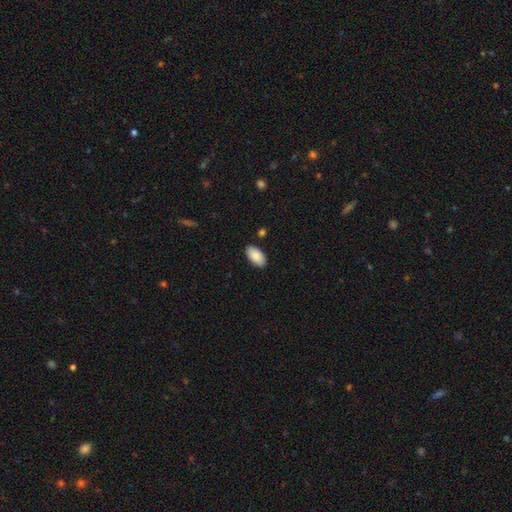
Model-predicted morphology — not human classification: The model was most divided on "merging": none: 88%, minor disturbance: 9%, major disturbance: 2%, merger: 2%. More confident: how rounded — in between (96%); smooth or featured — smooth (88%).